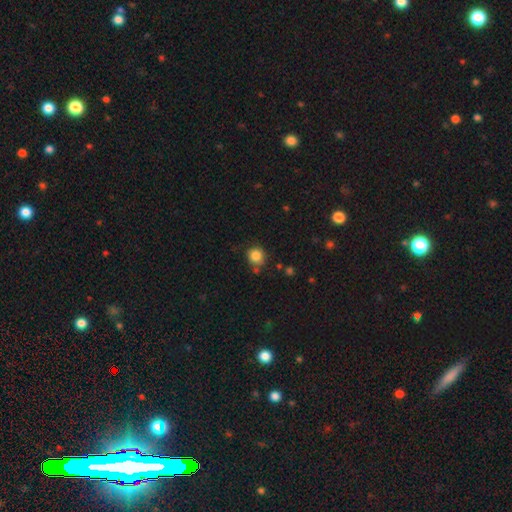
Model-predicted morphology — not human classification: A smooth galaxy with no disk features (84%) that is round (87%).

Vote fractions:
- Smooth or featured? smooth: 84% / star or artifact: 11% / featured or disk: 5%
- How rounded? round: 87% / in between: 12% / cigar-shaped: 1%
- Merging? none: 75% / minor disturbance: 15% / merger: 6% / major disturbance: 4%